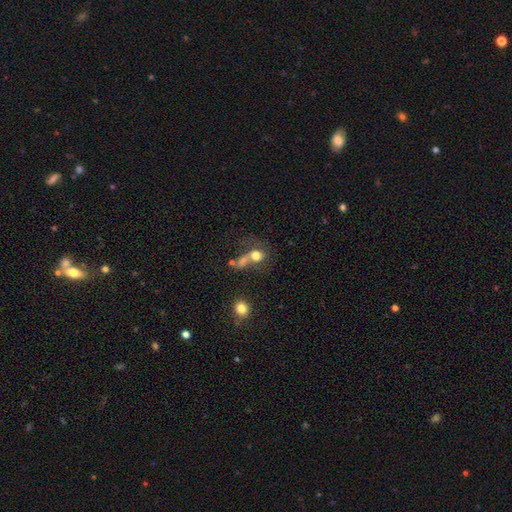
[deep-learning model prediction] Smooth or featured? smooth (65%)
How rounded? round (55%)
Merging? merger (39%)